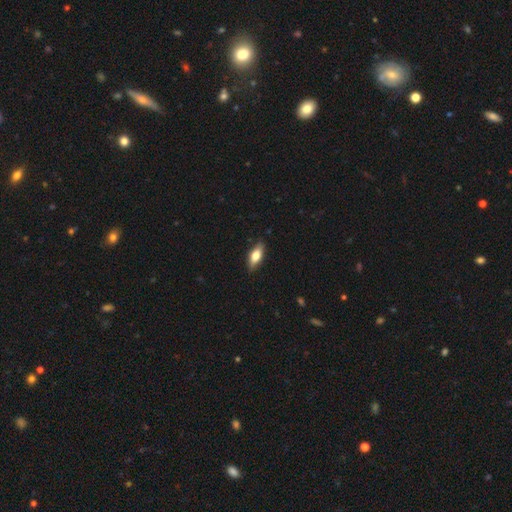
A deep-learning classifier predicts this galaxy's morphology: The model was most divided on "smooth or featured": smooth: 72%, featured or disk: 22%, star or artifact: 6%. More confident: merging — none (85%); how rounded — in between (77%).